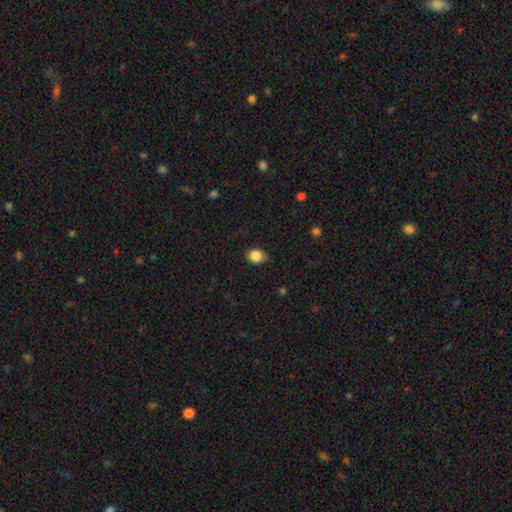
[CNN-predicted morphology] smooth 86%, star or artifact 9%, featured or disk 6%. Down the decision tree: how rounded — in between (65%); merging — none (80%).